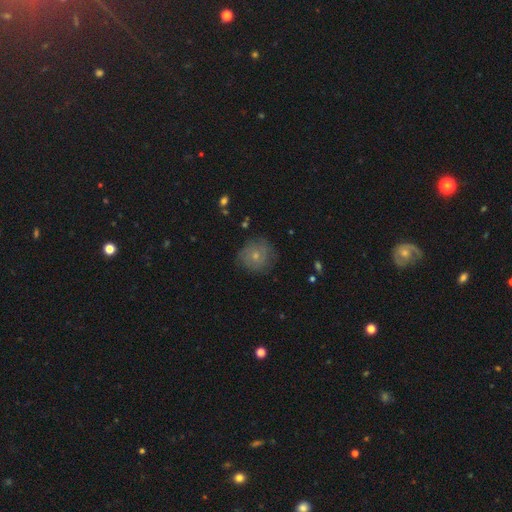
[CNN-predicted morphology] This appears to be a smooth galaxy with no disk features (63%) that is round (90%). Merging: none (76%).